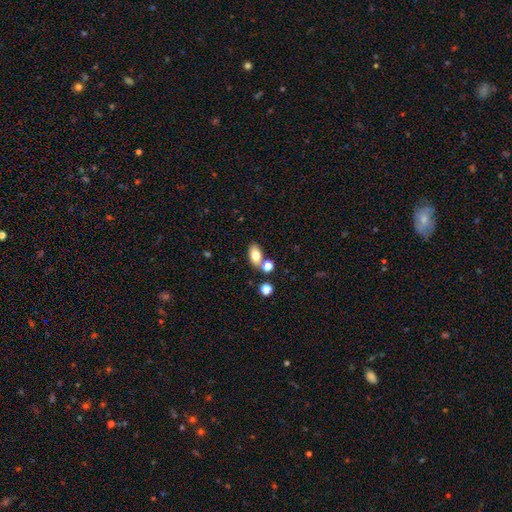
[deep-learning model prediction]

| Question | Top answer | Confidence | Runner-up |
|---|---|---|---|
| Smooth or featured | smooth | 78% | featured or disk (13%) |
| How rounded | in between | 89% | round (8%) |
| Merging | none | 67% | merger (19%) |